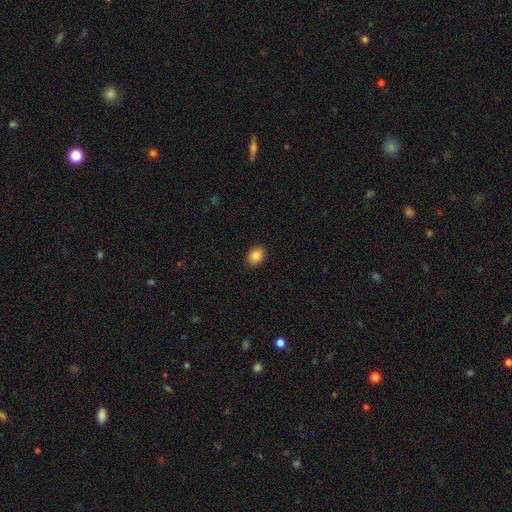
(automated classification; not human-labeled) A smooth galaxy with no disk features (85%) that is in between round and cigar-shaped (68%).

Vote fractions:
- Smooth or featured? smooth: 85% / star or artifact: 9% / featured or disk: 6%
- How rounded? in between: 68% / round: 32% / cigar-shaped: 1%
- Merging? none: 90% / minor disturbance: 7% / major disturbance: 2% / merger: 1%